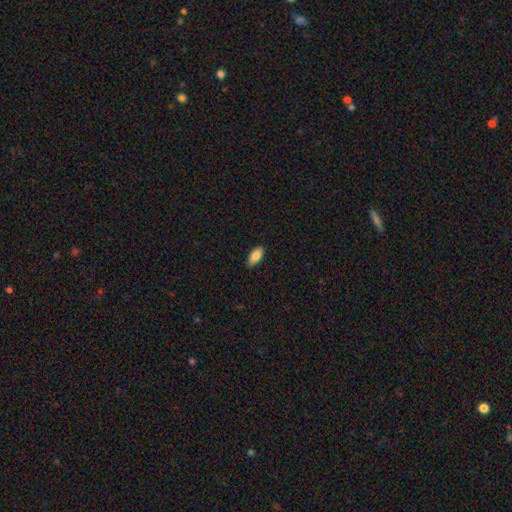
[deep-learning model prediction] A smooth galaxy with no disk features (86%) that is in between round and cigar-shaped (92%).

Vote fractions:
- Smooth or featured? smooth: 86% / featured or disk: 8% / star or artifact: 7%
- How rounded? in between: 92% / cigar-shaped: 5% / round: 3%
- Merging? none: 88% / minor disturbance: 9% / major disturbance: 2% / merger: 1%